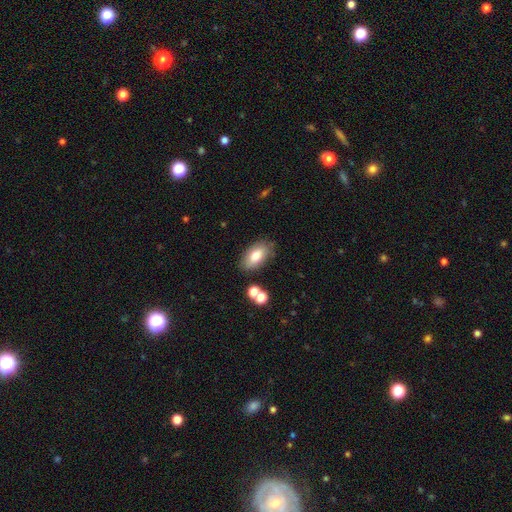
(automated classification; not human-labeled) Overall: smooth (77%). How rounded: in between (91%). Merging: none (78%).